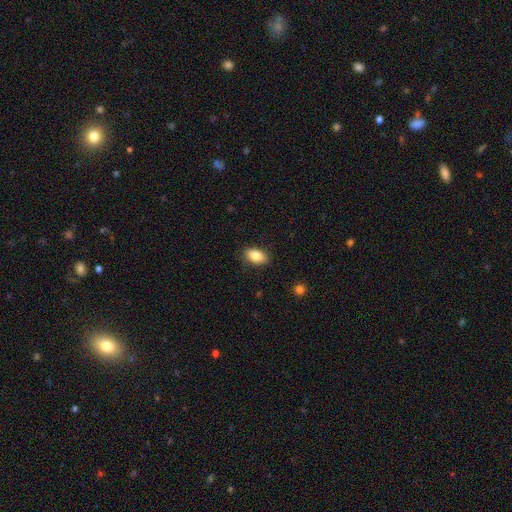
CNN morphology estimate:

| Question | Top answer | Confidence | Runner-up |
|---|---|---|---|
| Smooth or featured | smooth | 85% | star or artifact (8%) |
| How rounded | in between | 91% | round (7%) |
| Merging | none | 87% | minor disturbance (10%) |